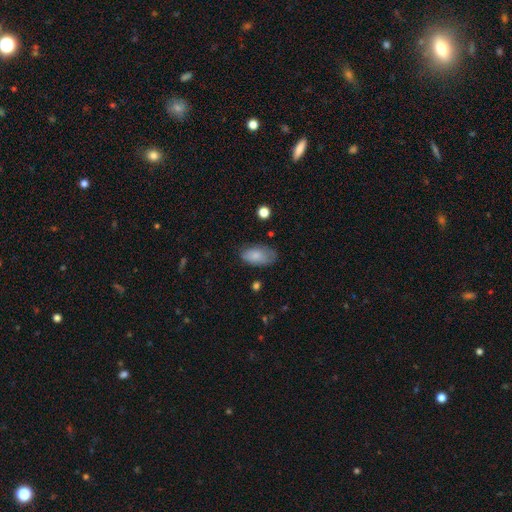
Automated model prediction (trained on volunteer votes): Overall: smooth (82%). How rounded: in between (93%). Merging: none (63%; minor disturbance 27%).